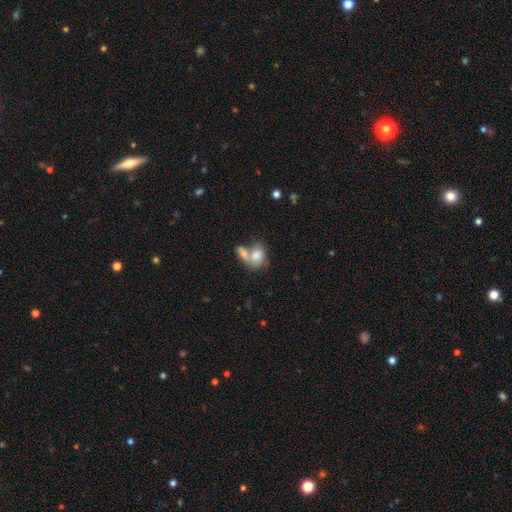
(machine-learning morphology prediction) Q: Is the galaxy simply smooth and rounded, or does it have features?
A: smooth — 73%.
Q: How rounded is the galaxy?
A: in between — 69%.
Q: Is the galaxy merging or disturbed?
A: merger — 65%.